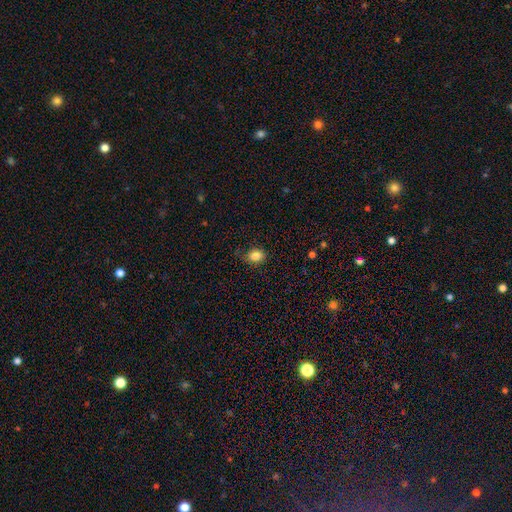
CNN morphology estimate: smooth-or-featured: smooth: 84% | star or artifact: 10% | featured or disk: 6%
  how-rounded: in between: 56% | round: 43% | cigar-shaped: 1%
  merging: none: 75% | minor disturbance: 19% | major disturbance: 5% | merger: 1%